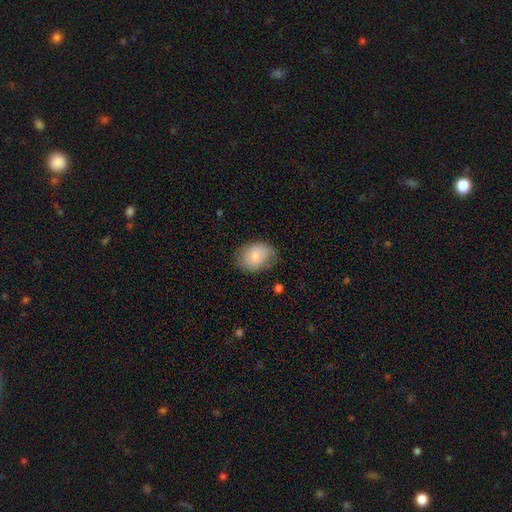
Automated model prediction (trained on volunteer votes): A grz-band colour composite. It shows a smooth galaxy with no disk features (71%) that is in between round and cigar-shaped (66%). Merging: none (66%).